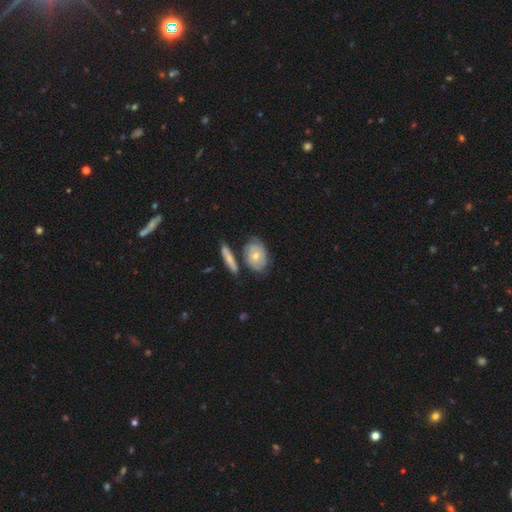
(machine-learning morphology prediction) smooth 49%, featured or disk 44%, star or artifact 7%. Down the decision tree: merging — none (58%).